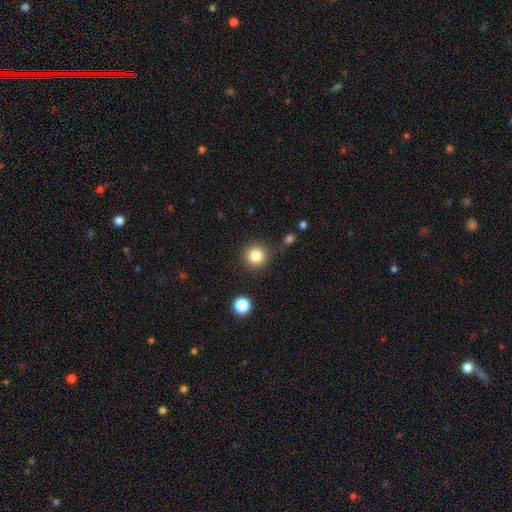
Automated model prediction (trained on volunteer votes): Q: Smooth or featured?
A: smooth (83%); runner-up: star or artifact (11%)
Q: How rounded?
A: round (95%); runner-up: in between (4%)
Q: Merging?
A: none (87%); runner-up: minor disturbance (7%)